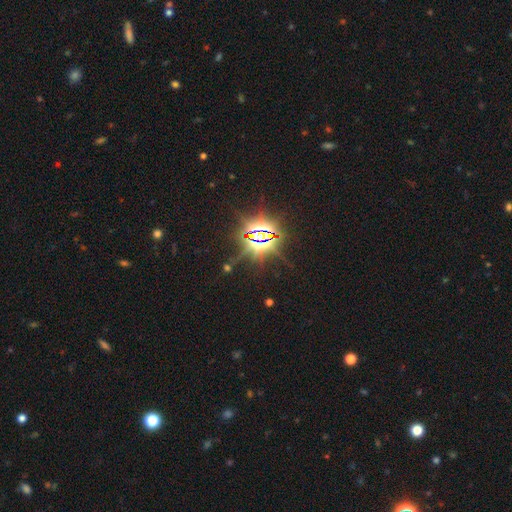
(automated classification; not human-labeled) Q: Smooth or featured?
A: star or artifact (85%); runner-up: smooth (8%)